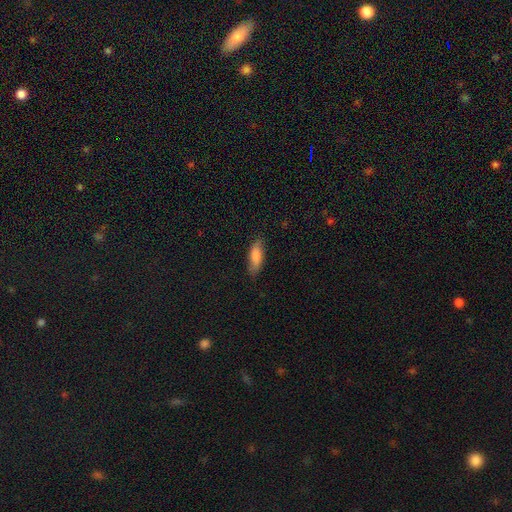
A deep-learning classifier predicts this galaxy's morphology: This is likely a smooth galaxy (78%). How rounded: likely in between (66%). Merging: likely none (79%).